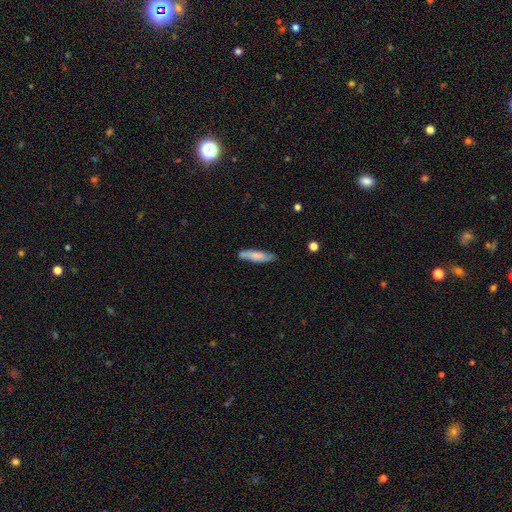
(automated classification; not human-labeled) smooth-or-featured: smooth: 73% | featured or disk: 21% | star or artifact: 6%
  how-rounded: cigar-shaped: 74% | in between: 24% | round: 1%
  merging: none: 77% | minor disturbance: 18% | major disturbance: 3% | merger: 2%